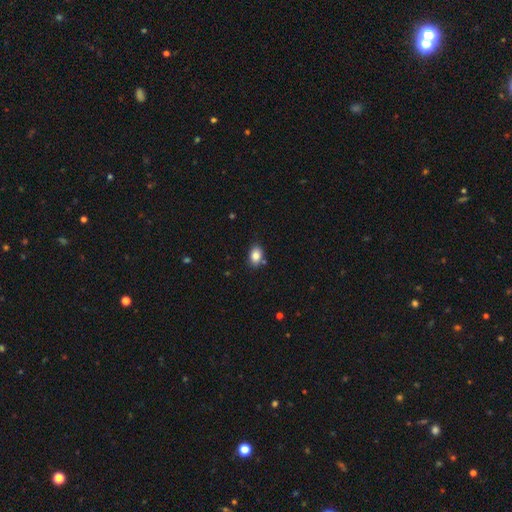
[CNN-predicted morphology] Q: Smooth or featured?
A: smooth (85%); runner-up: star or artifact (9%)
Q: How rounded?
A: in between (81%); runner-up: round (18%)
Q: Merging?
A: none (80%); runner-up: minor disturbance (12%)